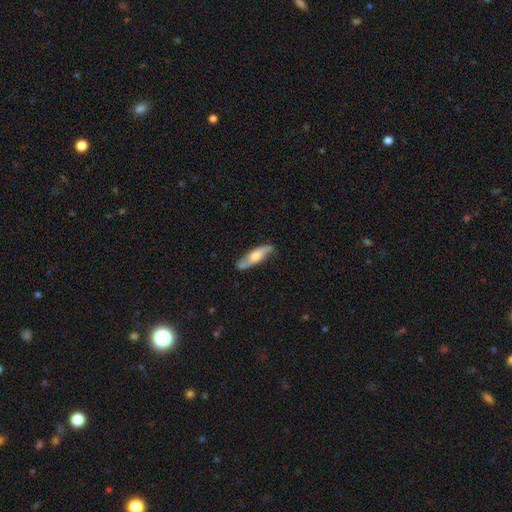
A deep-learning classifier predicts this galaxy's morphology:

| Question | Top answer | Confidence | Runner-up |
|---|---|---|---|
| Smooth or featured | featured or disk | 61% | smooth (33%) |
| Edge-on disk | no | 62% | yes (38%) |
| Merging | none | 75% | minor disturbance (18%) |